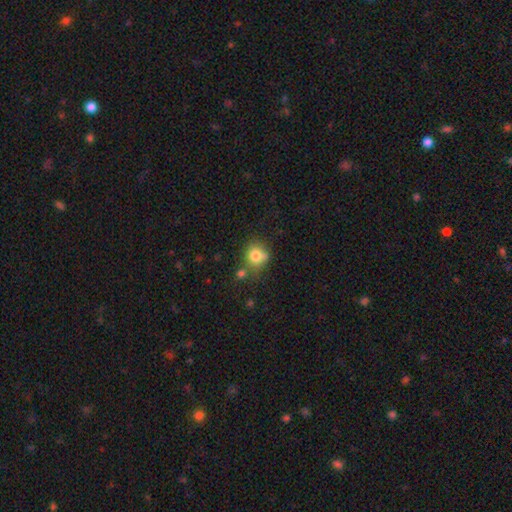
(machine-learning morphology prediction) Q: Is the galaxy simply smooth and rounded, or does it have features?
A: smooth — 79%.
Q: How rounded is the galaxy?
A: round — 79%.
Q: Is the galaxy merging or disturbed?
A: none — 57%.